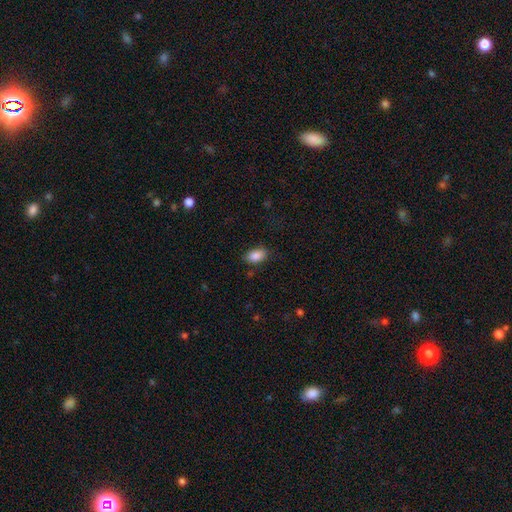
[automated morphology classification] type=smooth (88%); roundness=in between (91%); merging=none (83%).